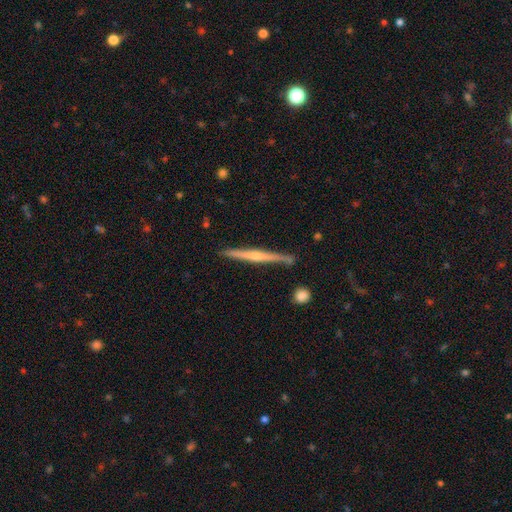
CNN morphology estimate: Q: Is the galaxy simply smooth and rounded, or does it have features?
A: featured or disk — 70%.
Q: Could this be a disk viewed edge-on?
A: yes — 98%.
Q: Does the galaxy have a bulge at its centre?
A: rounded — 64%.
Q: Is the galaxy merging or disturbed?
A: none — 86%.